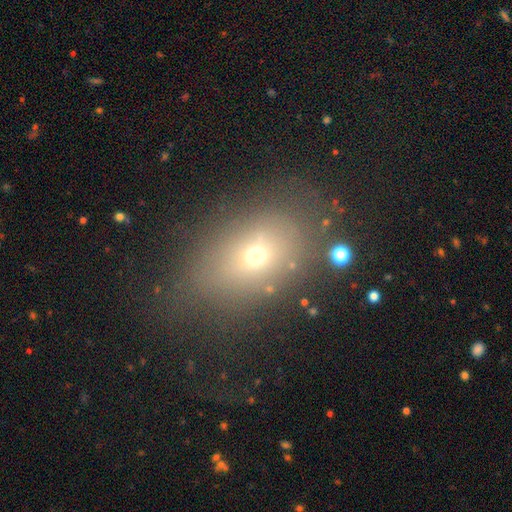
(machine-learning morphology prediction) Smooth or featured? smooth (62%)
How rounded? in between (72%)
Merging? none (69%)